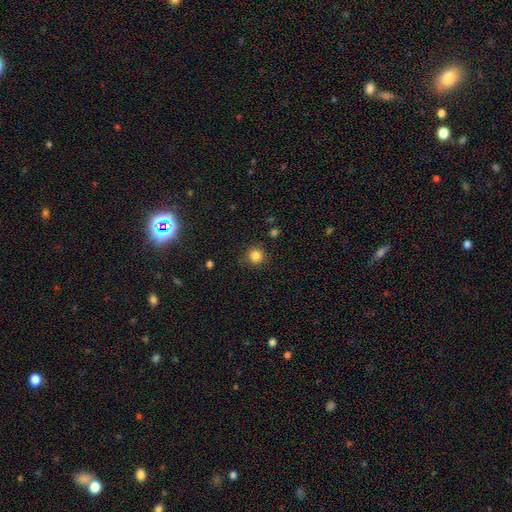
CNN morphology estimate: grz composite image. It shows a smooth galaxy with no disk features (84%) that is round (93%). Merging: none (88%).